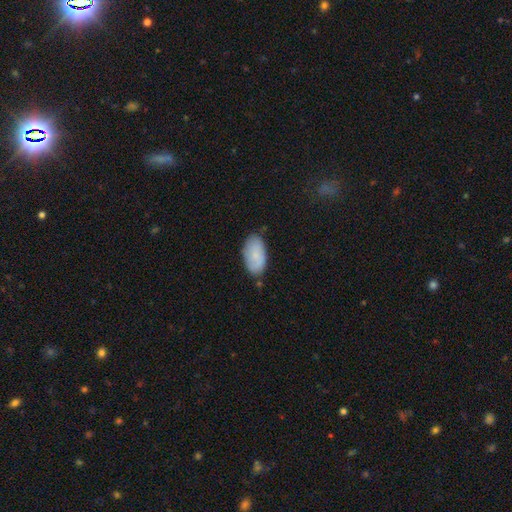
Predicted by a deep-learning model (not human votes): A smooth galaxy with no disk features (77%) that is in between round and cigar-shaped (95%).

Vote fractions:
- Smooth or featured? smooth: 77% / featured or disk: 16% / star or artifact: 6%
- How rounded? in between: 95% / round: 3% / cigar-shaped: 2%
- Merging? none: 77% / minor disturbance: 18% / major disturbance: 3% / merger: 2%